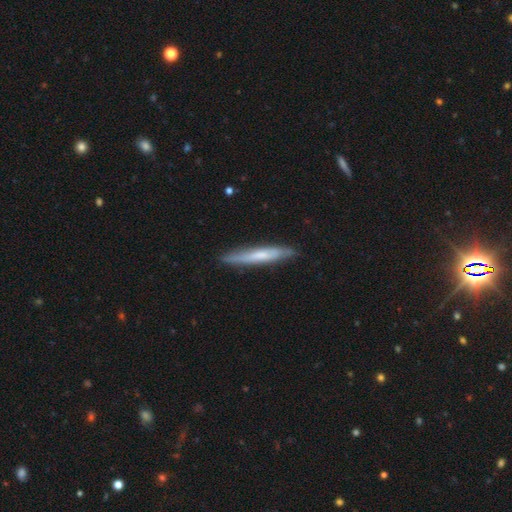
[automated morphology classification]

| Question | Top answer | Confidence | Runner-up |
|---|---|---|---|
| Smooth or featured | smooth | 48% | featured or disk (45%) |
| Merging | none | 87% | minor disturbance (11%) |